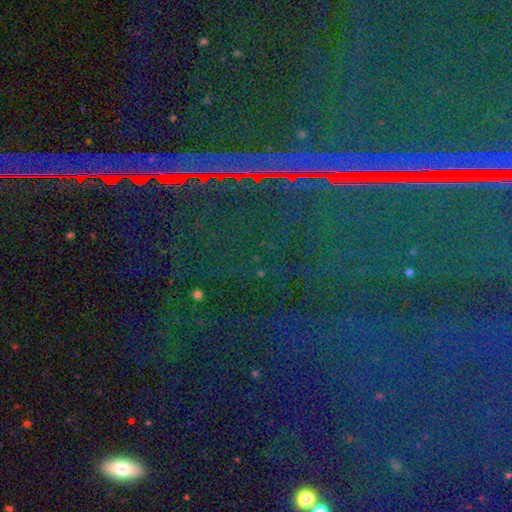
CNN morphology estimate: A star or artifact, not a galaxy (87%).

Vote fractions:
- Smooth or featured? star or artifact: 87% / featured or disk: 7% / smooth: 6%